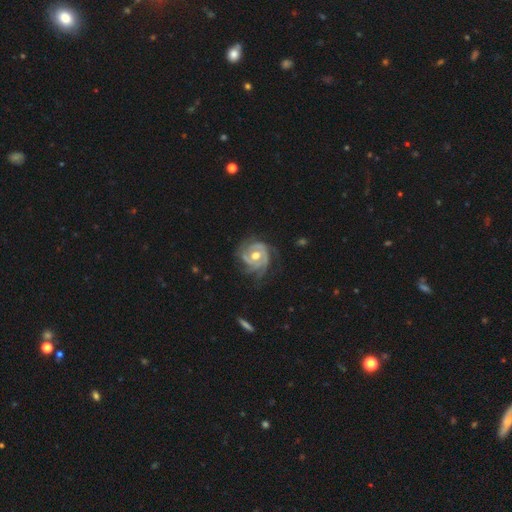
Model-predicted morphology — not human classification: featured or disk 89%, smooth 7%, star or artifact 4%. Down the decision tree: edge-on disk — no (98%); bar — no (60%); spiral arms — yes (96%); spiral arm count — 3 (44%); spiral winding — tight (66%); bulge size — moderate (79%); merging — none (66%).